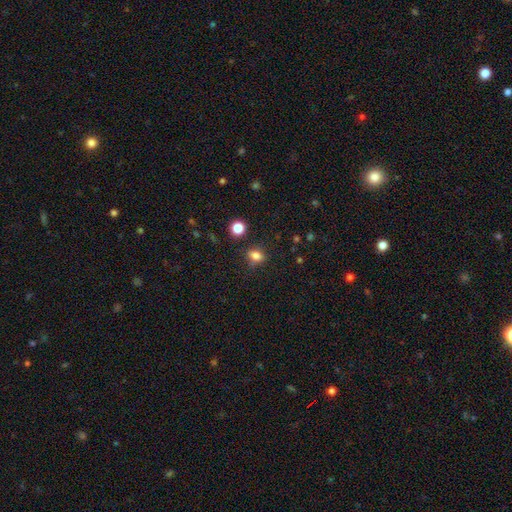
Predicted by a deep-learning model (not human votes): Q: Smooth or featured?
A: smooth (79%); runner-up: star or artifact (13%)
Q: How rounded?
A: in between (63%); runner-up: round (34%)
Q: Merging?
A: none (74%); runner-up: minor disturbance (17%)